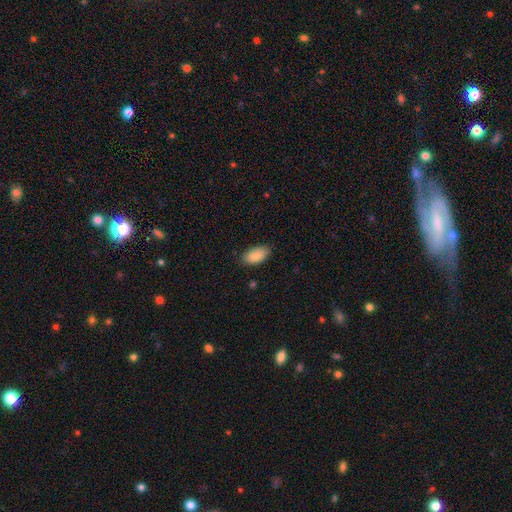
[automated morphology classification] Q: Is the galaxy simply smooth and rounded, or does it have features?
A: smooth — 89%.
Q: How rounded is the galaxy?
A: in between — 94%.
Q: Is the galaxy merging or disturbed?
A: none — 84%.